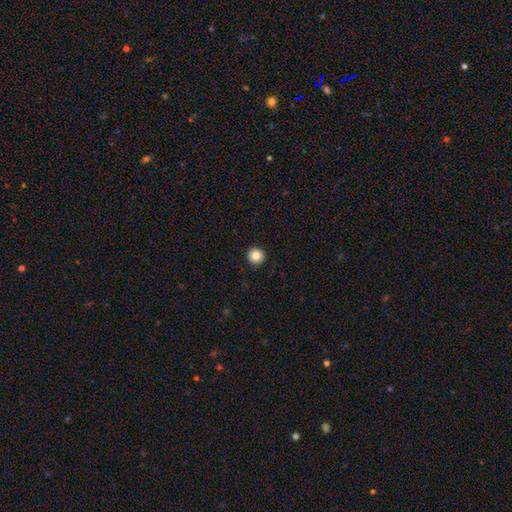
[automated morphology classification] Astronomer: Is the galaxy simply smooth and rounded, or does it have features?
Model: smooth — 86%.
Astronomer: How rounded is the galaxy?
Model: round — 94%.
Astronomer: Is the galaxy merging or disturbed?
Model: none — 93%.